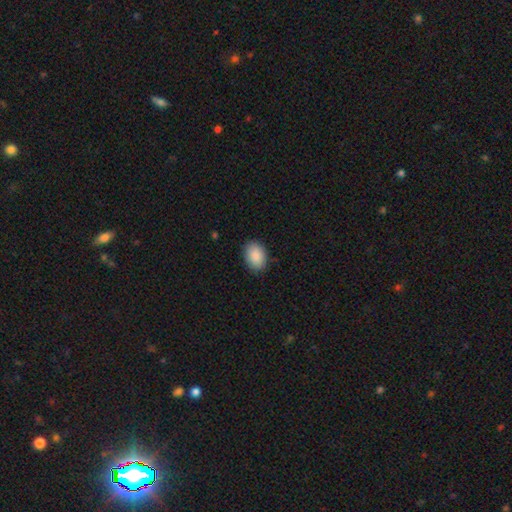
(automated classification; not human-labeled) Smooth or featured?
  - smooth: 90% *
  - star or artifact: 7%
  - featured or disk: 4%
How rounded?
  - in between: 78% *
  - round: 21%
  - cigar-shaped: 1%
Merging?
  - none: 87% *
  - minor disturbance: 10%
  - major disturbance: 2%
  - merger: 1%